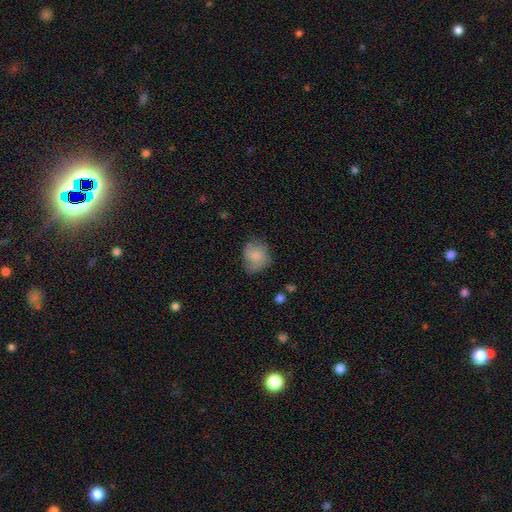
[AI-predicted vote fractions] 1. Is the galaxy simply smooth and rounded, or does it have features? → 71% smooth, 21% featured or disk, 8% star or artifact.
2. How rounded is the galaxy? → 65% round, 34% in between, 1% cigar-shaped.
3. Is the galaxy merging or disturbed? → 61% none, 27% minor disturbance, 10% major disturbance, 2% merger.